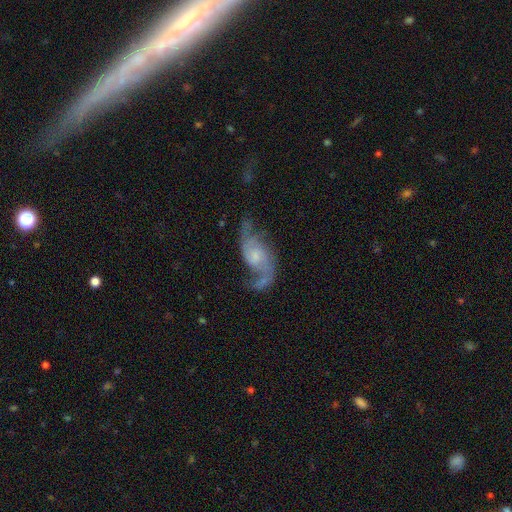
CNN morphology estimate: The model was most divided on "bar": no: 59%, weak: 35%, strong: 7%. More confident: edge-on disk — no (96%); spiral arms — yes (94%); spiral arm count — 2 (87%); smooth or featured — featured or disk (85%); spiral winding — loose (60%); merging — none (54%); bulge size — small (53%).